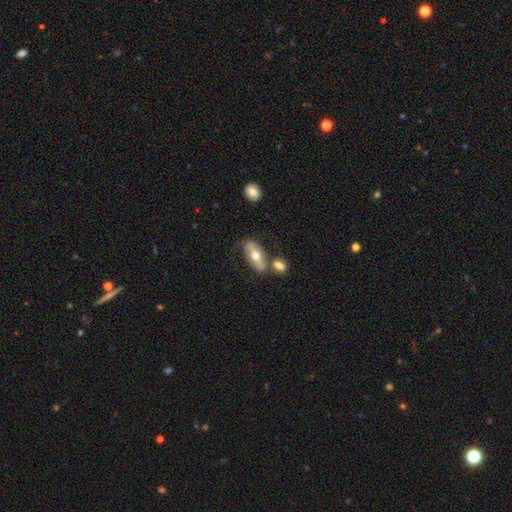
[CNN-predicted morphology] Smooth or featured? Predicted: featured or disk (p=0.47, tied with smooth). Merging? Predicted: none (p=0.59).